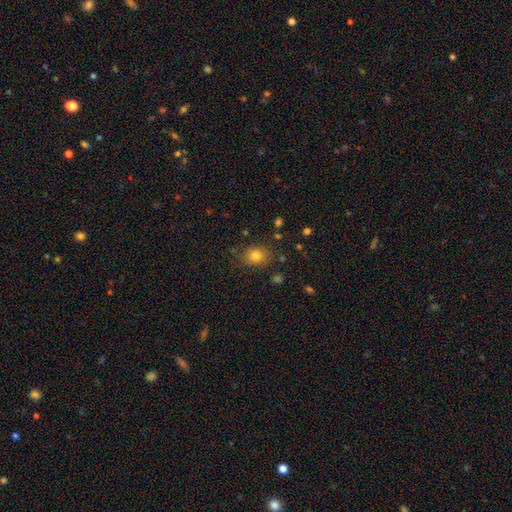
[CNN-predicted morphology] smooth 80%, star or artifact 13%, featured or disk 7%. Down the decision tree: how rounded — round (65%); merging — none (81%).